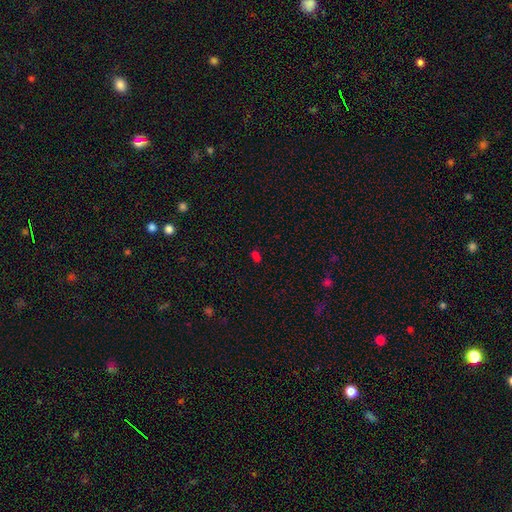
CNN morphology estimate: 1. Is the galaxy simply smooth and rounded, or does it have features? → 54% smooth, 39% star or artifact, 7% featured or disk.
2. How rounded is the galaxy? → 79% in between, 17% round, 4% cigar-shaped.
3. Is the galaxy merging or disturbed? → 66% none, 15% minor disturbance, 12% merger, 7% major disturbance.